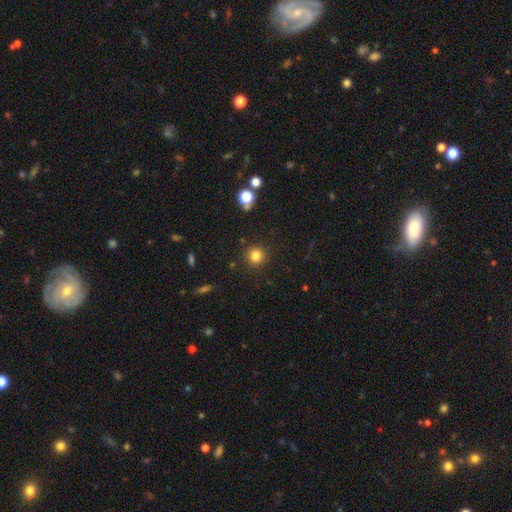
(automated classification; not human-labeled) Morphology: type=smooth (82%); roundness=round (94%); merging=none (89%).